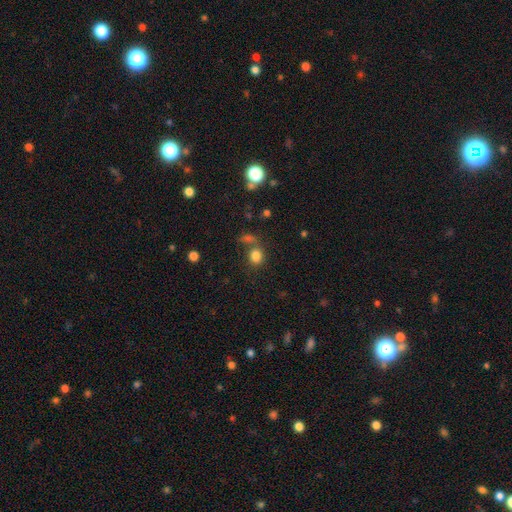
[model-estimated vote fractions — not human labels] Overall: smooth (80%). How rounded: round (57%; in between 42%). Merging: none (55%; merger 25%).